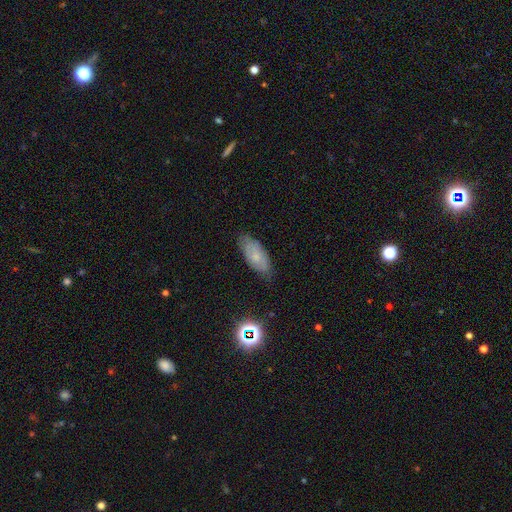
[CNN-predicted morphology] Smooth or featured? Predicted: smooth (p=0.52). How rounded? Predicted: in between (p=0.85). Merging? Predicted: none (p=0.75).